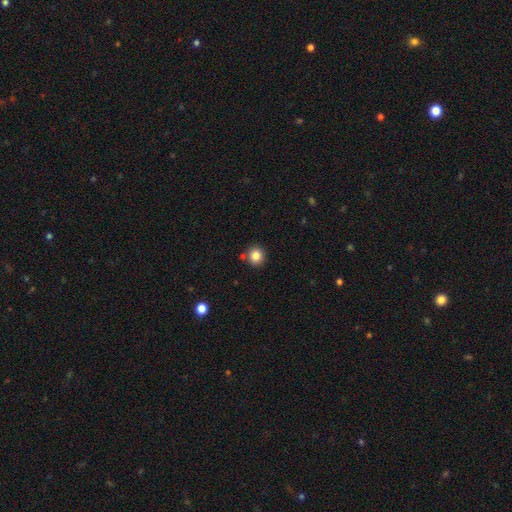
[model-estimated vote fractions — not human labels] smooth_or_featured: smooth (p=0.85) [alt: star or artifact p=0.10]
how_rounded: round (p=0.91) [alt: in between p=0.08]
merging: none (p=0.83) [alt: minor disturbance p=0.08]